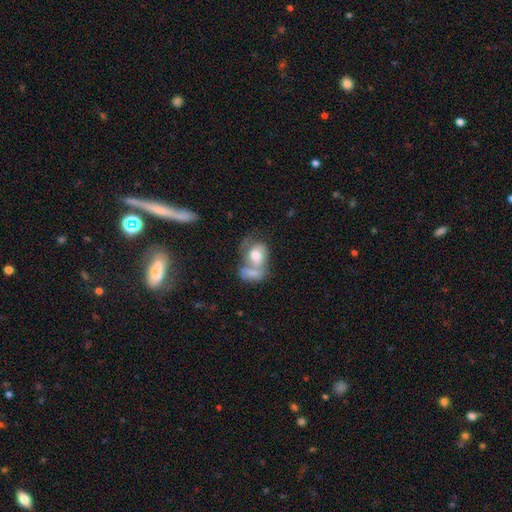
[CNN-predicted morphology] A smooth galaxy with no disk features (50%) that is in between round and cigar-shaped (71%).

Vote fractions:
- Smooth or featured? smooth: 50% / featured or disk: 40% / star or artifact: 9%
- How rounded? in between: 71% / round: 27% / cigar-shaped: 2%
- Merging? merger: 62% / none: 16% / major disturbance: 13% / minor disturbance: 10%